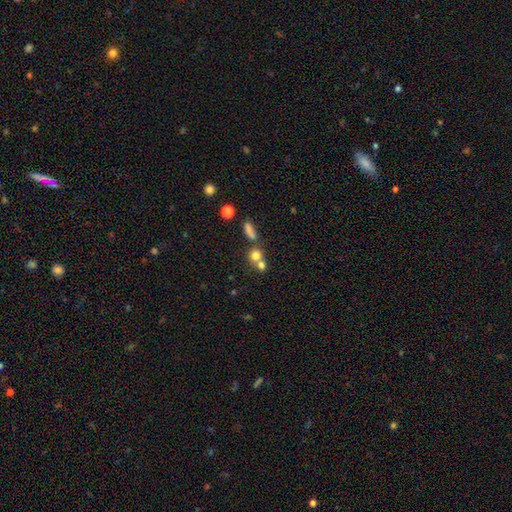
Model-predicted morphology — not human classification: smooth 74%, featured or disk 13%, star or artifact 13%. Down the decision tree: how rounded — round (77%); merging — merger (48%).